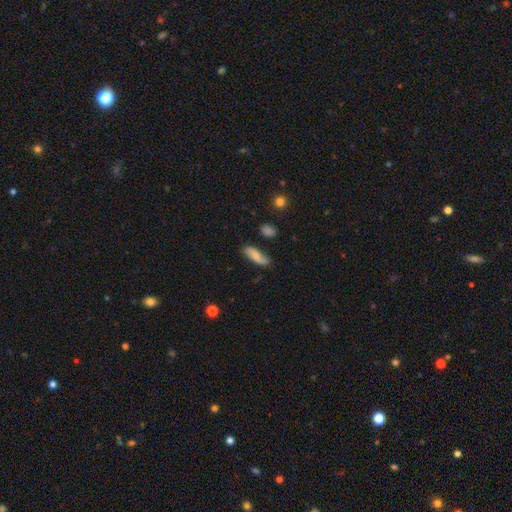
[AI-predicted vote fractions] Q: Smooth or featured?
A: smooth (58%); runner-up: featured or disk (35%)
Q: How rounded?
A: in between (63%); runner-up: cigar-shaped (34%)
Q: Merging?
A: none (71%); runner-up: minor disturbance (20%)